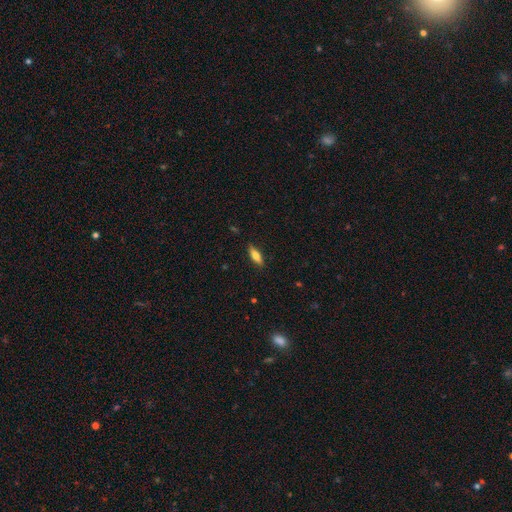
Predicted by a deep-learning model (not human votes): A smooth galaxy with no disk features (72%) that is in between round and cigar-shaped (55%). Merging: none (87%).